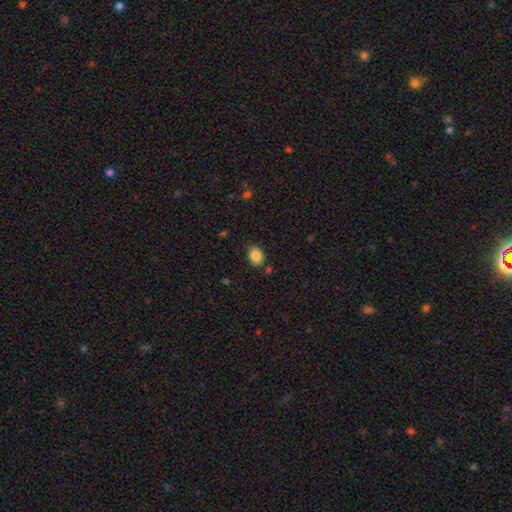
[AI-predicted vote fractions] Smooth or featured?
  - smooth: 86% *
  - star or artifact: 9%
  - featured or disk: 4%
How rounded?
  - in between: 61% *
  - round: 38%
  - cigar-shaped: 1%
Merging?
  - none: 80% *
  - minor disturbance: 13%
  - merger: 4%
  - major disturbance: 3%